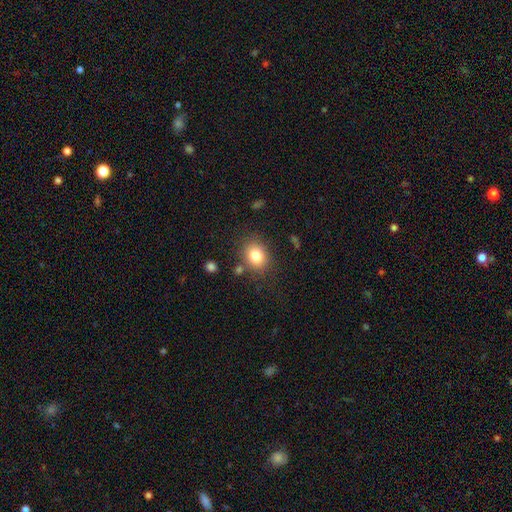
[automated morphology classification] Smooth or featured?
  - smooth: 81% *
  - star or artifact: 11%
  - featured or disk: 9%
How rounded?
  - round: 54% *
  - in between: 45%
  - cigar-shaped: 1%
Merging?
  - none: 78% *
  - minor disturbance: 12%
  - merger: 5%
  - major disturbance: 5%